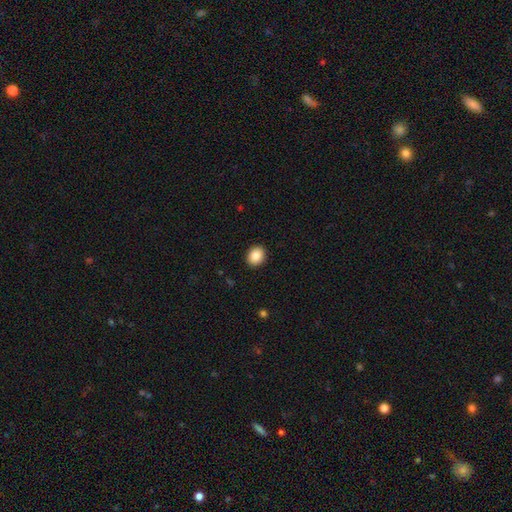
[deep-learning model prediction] Smooth or featured? Predicted: smooth (p=0.87). How rounded? Predicted: round (p=0.61). Merging? Predicted: none (p=0.92).